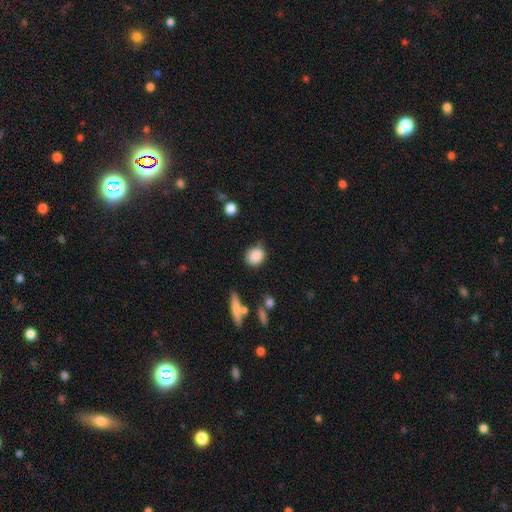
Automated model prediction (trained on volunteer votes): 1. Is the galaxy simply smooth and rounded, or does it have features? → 86% smooth, 8% star or artifact, 5% featured or disk.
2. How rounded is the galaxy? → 56% round, 42% in between, 2% cigar-shaped.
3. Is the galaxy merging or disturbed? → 72% none, 20% minor disturbance, 5% major disturbance, 4% merger.